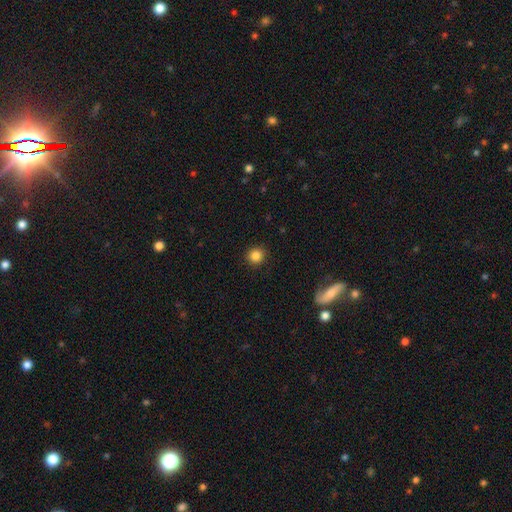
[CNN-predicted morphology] smooth 86%, star or artifact 11%, featured or disk 4%. Down the decision tree: how rounded — round (90%); merging — none (91%).